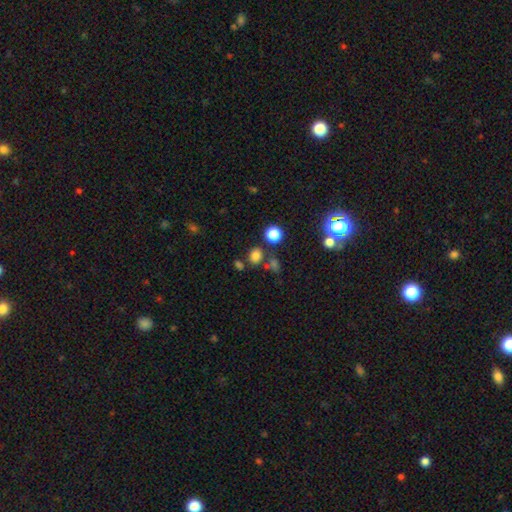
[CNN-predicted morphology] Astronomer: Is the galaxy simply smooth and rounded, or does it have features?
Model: smooth — 76%.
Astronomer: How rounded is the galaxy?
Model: round — 61% (runner-up: in between, 38%).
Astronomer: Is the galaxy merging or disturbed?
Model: none — 72%.